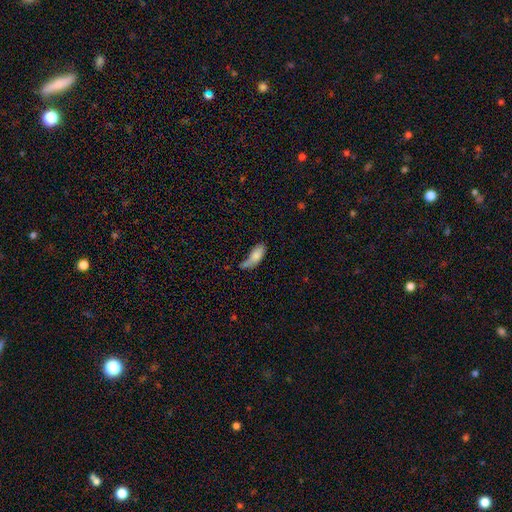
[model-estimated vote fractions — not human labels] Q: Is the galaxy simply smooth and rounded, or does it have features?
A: smooth — 79%.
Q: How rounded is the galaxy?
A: in between — 77%.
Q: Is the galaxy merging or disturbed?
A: none — 35%.